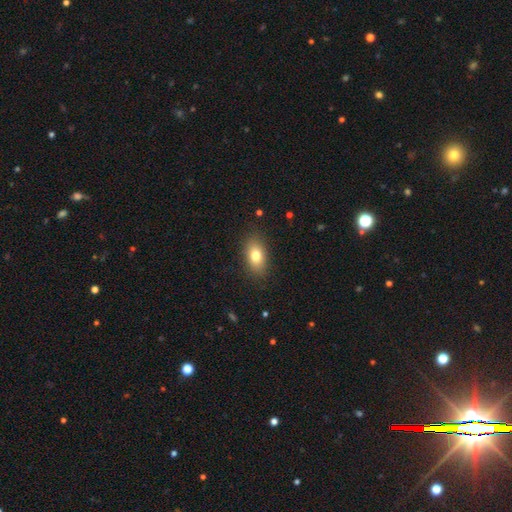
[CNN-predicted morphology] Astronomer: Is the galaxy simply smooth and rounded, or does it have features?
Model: smooth — 76%.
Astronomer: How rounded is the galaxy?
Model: in between — 85%.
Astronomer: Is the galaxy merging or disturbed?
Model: none — 86%.